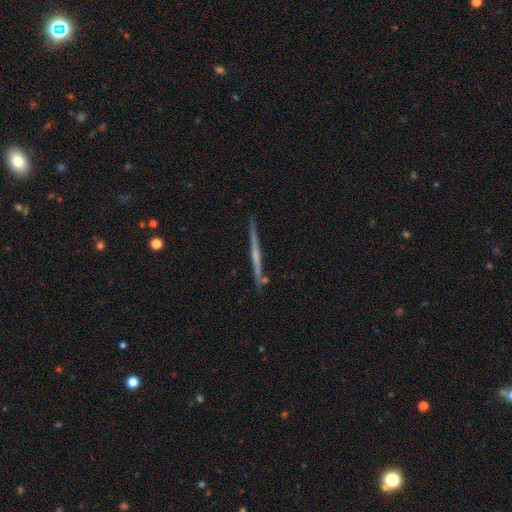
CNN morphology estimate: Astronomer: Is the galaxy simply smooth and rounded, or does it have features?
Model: featured or disk — 68%.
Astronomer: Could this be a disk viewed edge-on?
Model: yes — 98%.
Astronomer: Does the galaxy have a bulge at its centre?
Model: none — 61%.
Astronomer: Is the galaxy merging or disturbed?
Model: none — 88%.